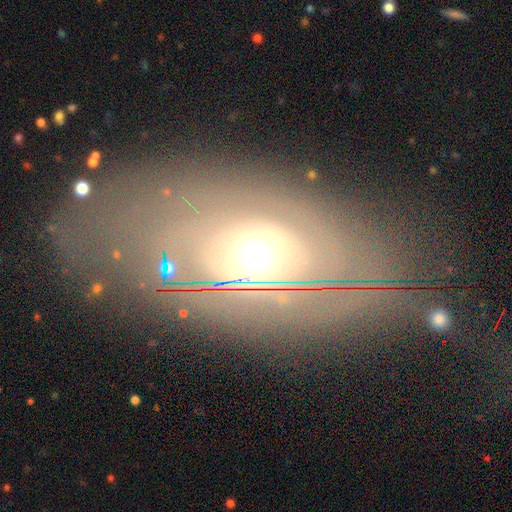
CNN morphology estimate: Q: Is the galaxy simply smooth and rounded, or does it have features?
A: featured or disk — 77%.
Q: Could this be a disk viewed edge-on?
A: no — 88%.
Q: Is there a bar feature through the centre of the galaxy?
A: no — 77%.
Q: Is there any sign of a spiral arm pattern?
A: yes — 73%.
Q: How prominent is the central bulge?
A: moderate — 63%.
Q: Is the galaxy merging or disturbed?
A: none — 60%.